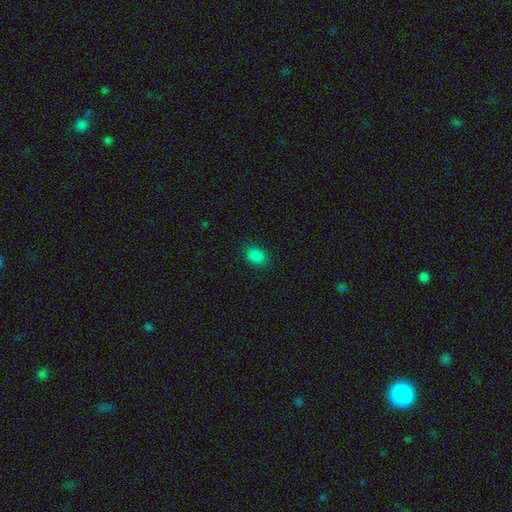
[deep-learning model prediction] Smooth or featured? Predicted: smooth (p=0.85). How rounded? Predicted: in between (p=0.79). Merging? Predicted: none (p=0.87).